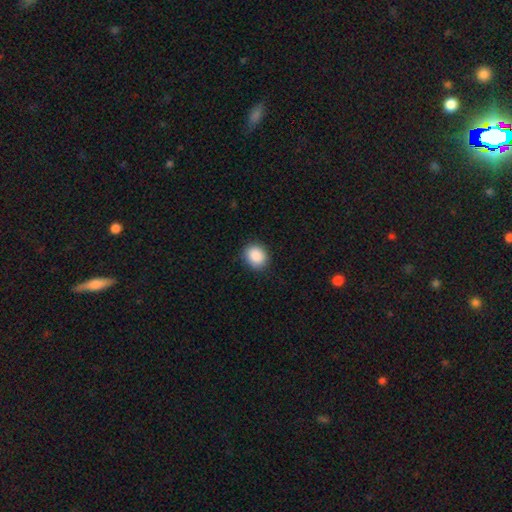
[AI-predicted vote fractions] A smooth galaxy with no disk features (89%) that is round (63%). Merging: none (87%).